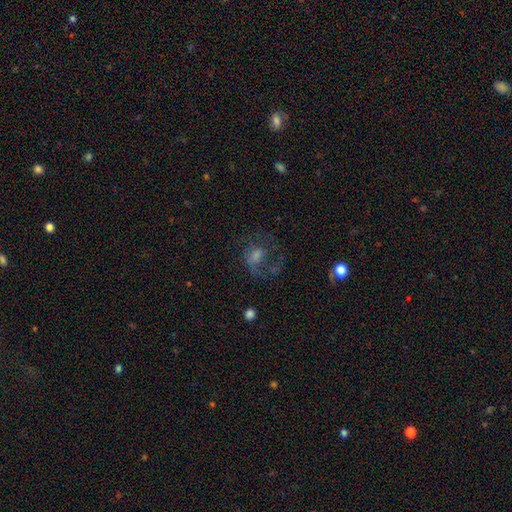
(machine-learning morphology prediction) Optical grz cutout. It shows a featured or disk galaxy (47%). Merging: none (44%).